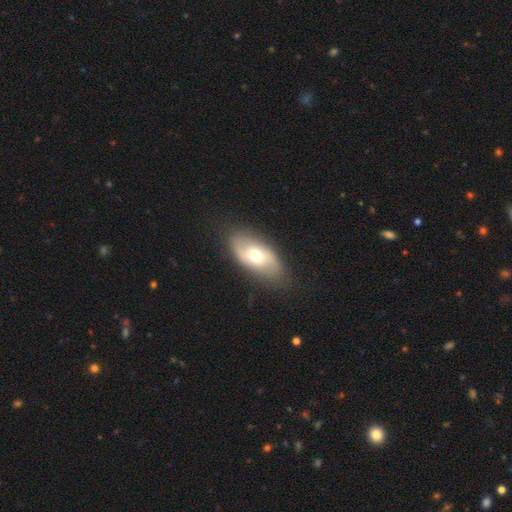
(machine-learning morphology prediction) This appears to be a featured or disk galaxy (51%). Merging: none (82%).